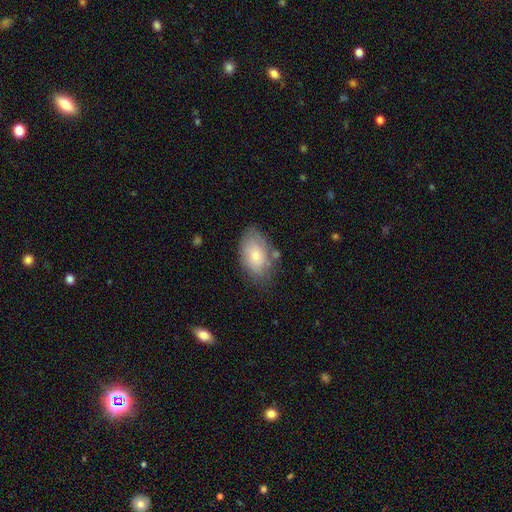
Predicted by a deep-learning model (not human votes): A smooth galaxy with no disk features (69%) that is in between round and cigar-shaped (91%). Merging: none (69%).